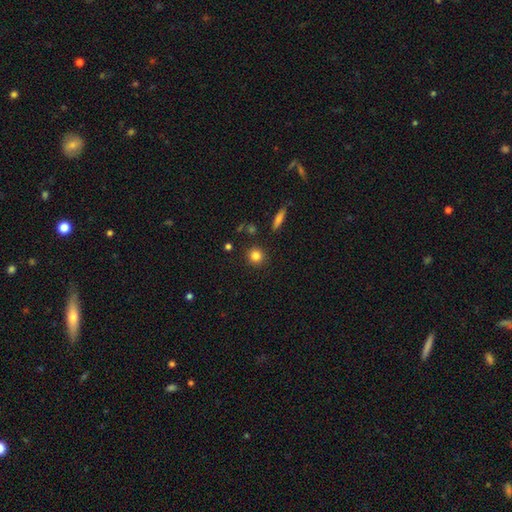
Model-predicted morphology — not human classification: smooth 82%, star or artifact 11%, featured or disk 7%. Down the decision tree: how rounded — round (91%); merging — none (89%).